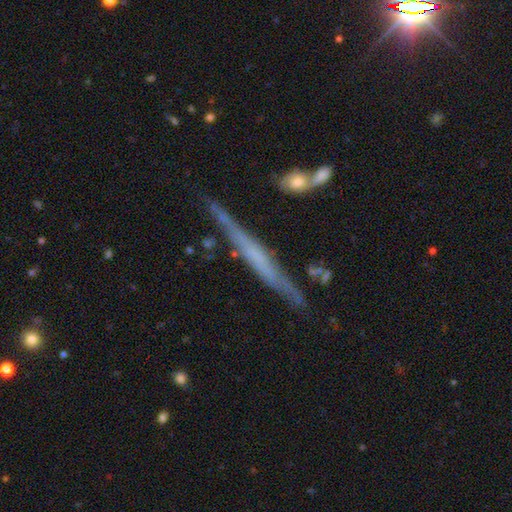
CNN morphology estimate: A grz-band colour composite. It shows a featured or disk galaxy (66%) viewed edge-on (95%) with no central bulge (68%). Merging: none (79%).